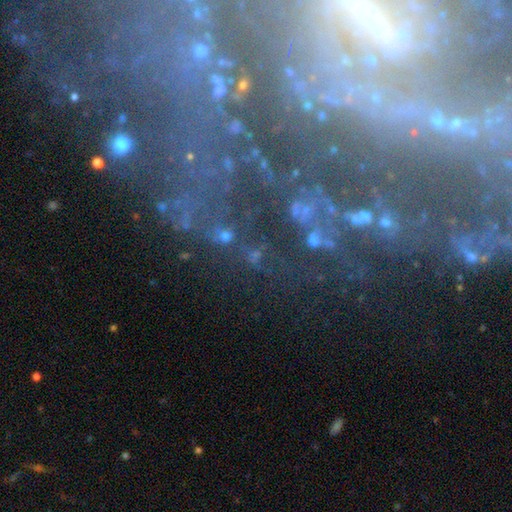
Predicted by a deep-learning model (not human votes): smooth-or-featured: featured or disk: 40% (tied) | star or artifact: 40% (tied) | smooth: 20%
  merging: none: 53% | major disturbance: 19% | minor disturbance: 17% | merger: 11%